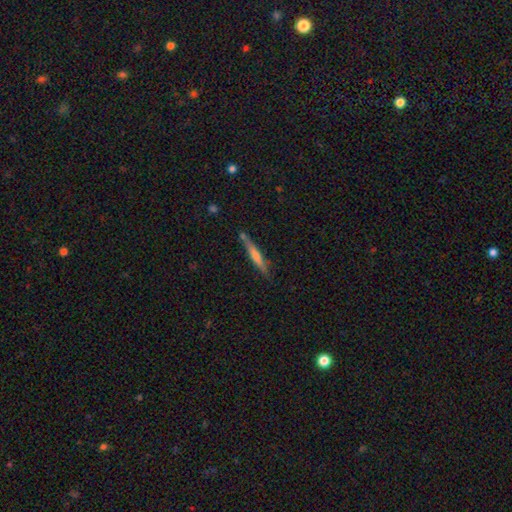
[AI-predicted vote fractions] Overall: featured or disk (56%; smooth 38%). Edge-on disk: yes (96%). Edge-on bulge: rounded (55%; none 33%). Merging: none (84%).